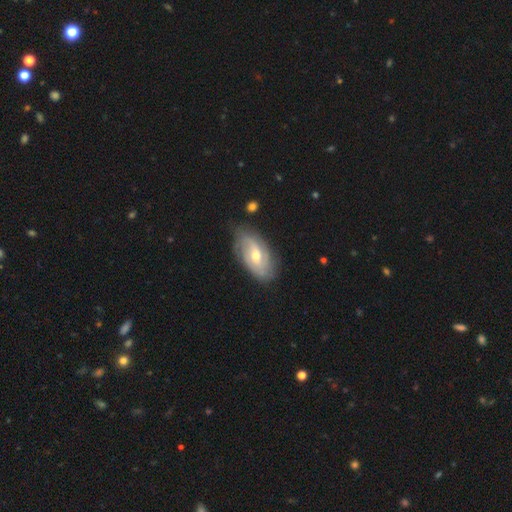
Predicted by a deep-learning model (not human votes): smooth-or-featured: featured or disk: 77% | smooth: 17% | star or artifact: 5%
  disk-edge-on: no: 94% | yes: 6%
    bar: no: 44% (tied) | weak: 44% (tied) | strong: 12%
    has-spiral-arms: yes: 91% | no: 9%
      spiral-winding: tight: 46% | medium: 36% | loose: 18%
      spiral-arm-count: 2: 46% | can't tell: 28% | 3: 15% | 4: 4% | 1: 4% | more than 4: 3%
    bulge-size: moderate: 68% | small: 26% | large: 3% | none: 1% | dominant: 1%
  merging: none: 76% | minor disturbance: 17% | major disturbance: 5% | merger: 2%